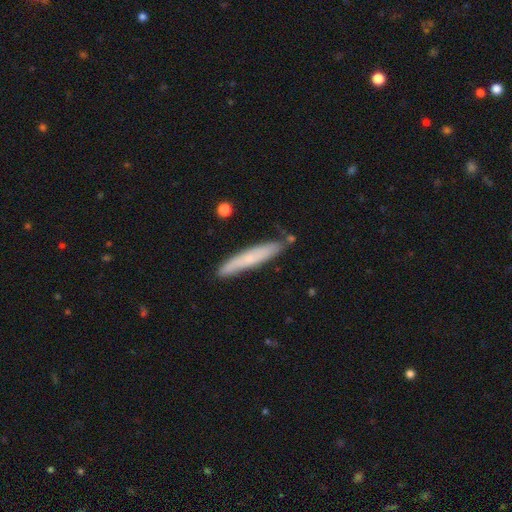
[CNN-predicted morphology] Smooth or featured: smooth — 57% (featured or disk — 36%)
How rounded: cigar-shaped — 93% (in between — 6%)
Merging: none — 79% (minor disturbance — 15%)